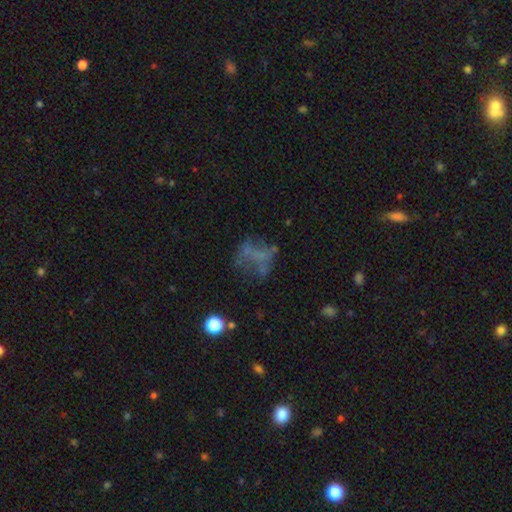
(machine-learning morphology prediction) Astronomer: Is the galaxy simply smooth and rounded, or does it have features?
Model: featured or disk — 44% (runner-up: smooth, 32%).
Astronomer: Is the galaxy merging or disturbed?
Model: none — 46% (runner-up: major disturbance, 28%).